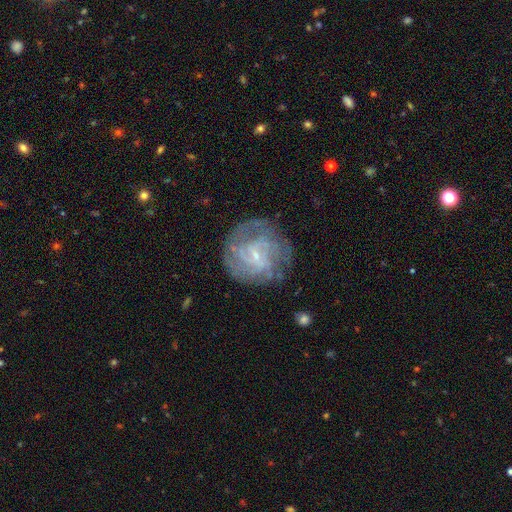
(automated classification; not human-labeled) A featured or disk galaxy (79%) with a weak bar (53%), tight (56%) spiral arms (88%) and a small central bulge (77%). Merging: none (73%).